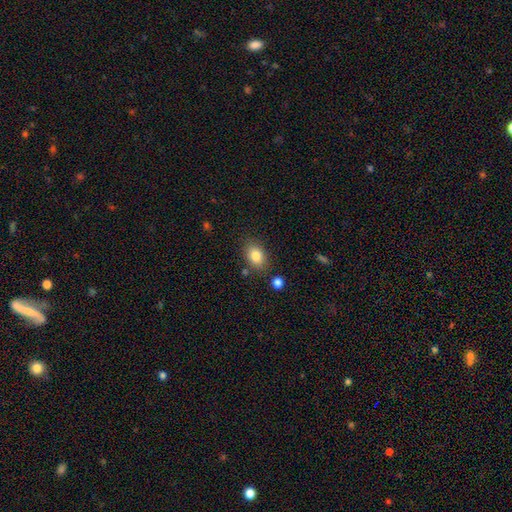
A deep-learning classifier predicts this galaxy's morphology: This is clearly a smooth galaxy (83%). How rounded: likely in between (76%). Merging: likely none (79%).